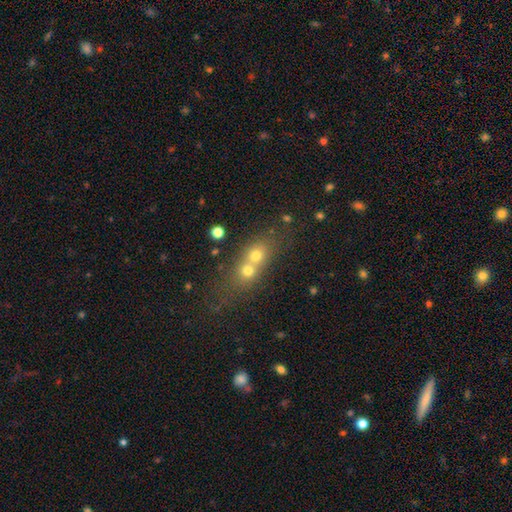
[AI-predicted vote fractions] Q: Smooth or featured?
A: smooth (67%); runner-up: featured or disk (18%)
Q: How rounded?
A: round (62%); runner-up: in between (34%)
Q: Merging?
A: merger (64%); runner-up: none (27%)